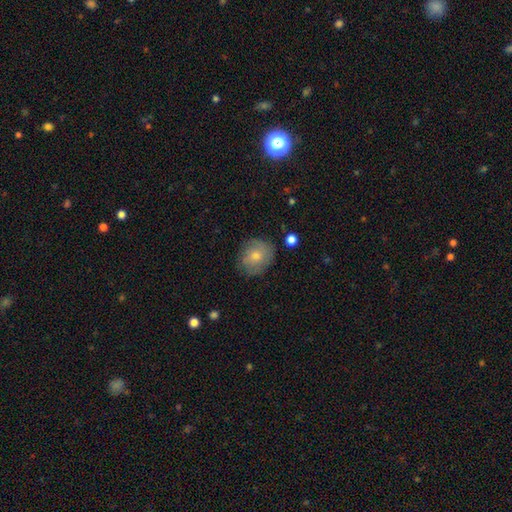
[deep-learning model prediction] A smooth galaxy with no disk features (58%) that is round (74%). Merging: none (79%).